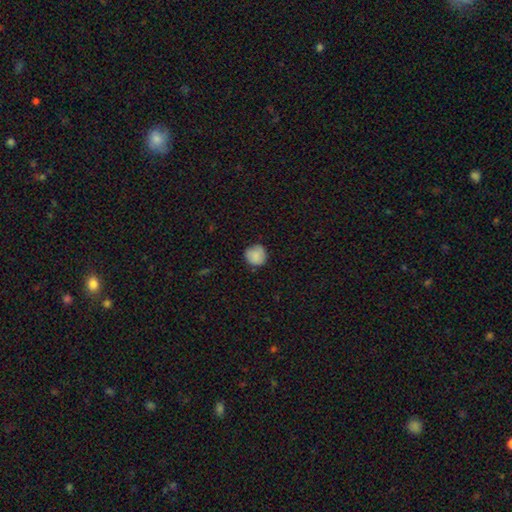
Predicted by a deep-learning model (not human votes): A smooth galaxy with no disk features (86%) that is round (92%).

Vote fractions:
- Smooth or featured? smooth: 86% / star or artifact: 8% / featured or disk: 6%
- How rounded? round: 92% / in between: 7% / cigar-shaped: 1%
- Merging? none: 81% / minor disturbance: 16% / major disturbance: 3% / merger: 1%